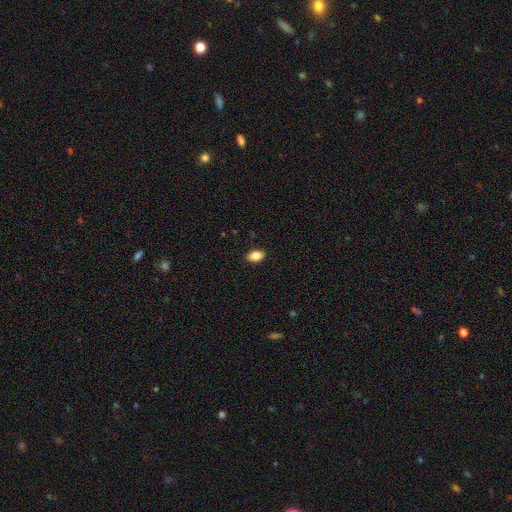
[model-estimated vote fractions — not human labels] Smooth or featured?
  - smooth: 86% *
  - star or artifact: 8%
  - featured or disk: 6%
How rounded?
  - in between: 89% *
  - round: 10%
  - cigar-shaped: 2%
Merging?
  - none: 89% *
  - minor disturbance: 9%
  - major disturbance: 2%
  - merger: 1%